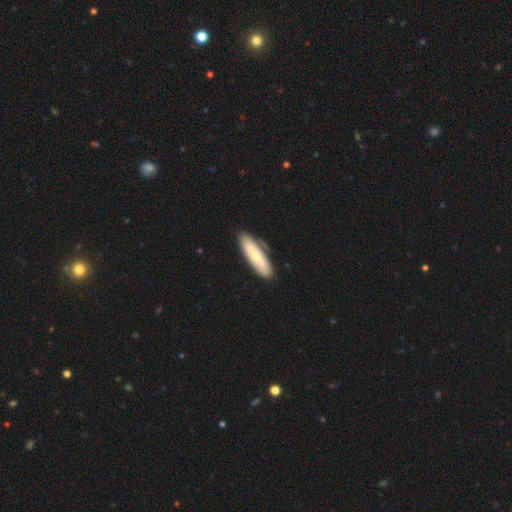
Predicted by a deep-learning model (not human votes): Smooth or featured? Predicted: smooth (p=0.67). How rounded? Predicted: cigar-shaped (p=0.67). Merging? Predicted: none (p=0.80).